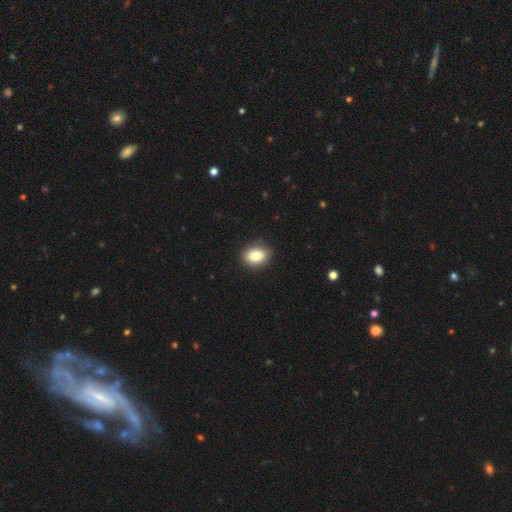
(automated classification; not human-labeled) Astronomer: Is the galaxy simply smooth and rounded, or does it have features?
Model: smooth — 84%.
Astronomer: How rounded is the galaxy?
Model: in between — 69%.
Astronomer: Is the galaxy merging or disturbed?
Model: none — 88%.